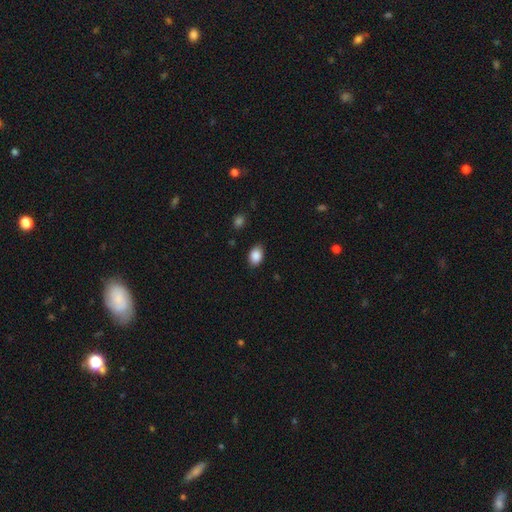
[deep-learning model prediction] Overall: smooth (88%). How rounded: in between (82%). Merging: none (85%).